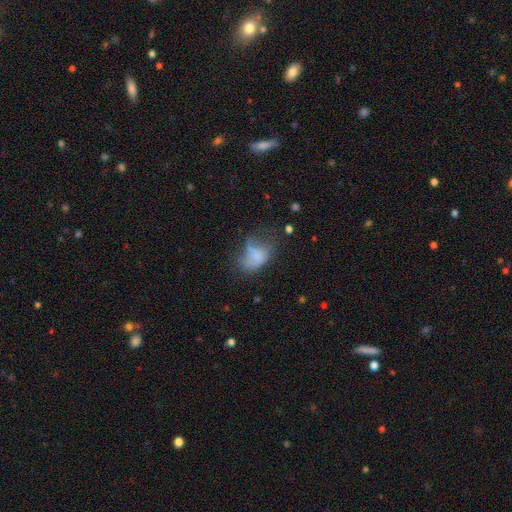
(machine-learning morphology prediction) smooth-or-featured: smooth: 65% | featured or disk: 23% | star or artifact: 12%
  how-rounded: in between: 80% | round: 19% | cigar-shaped: 1%
  merging: major disturbance: 41% | minor disturbance: 27% | none: 25% | merger: 6%